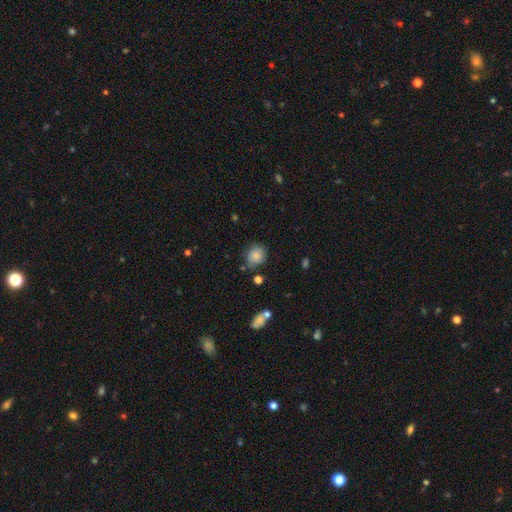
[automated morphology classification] Smooth or featured? Predicted: smooth (p=0.81). How rounded? Predicted: round (p=0.72). Merging? Predicted: none (p=0.69).